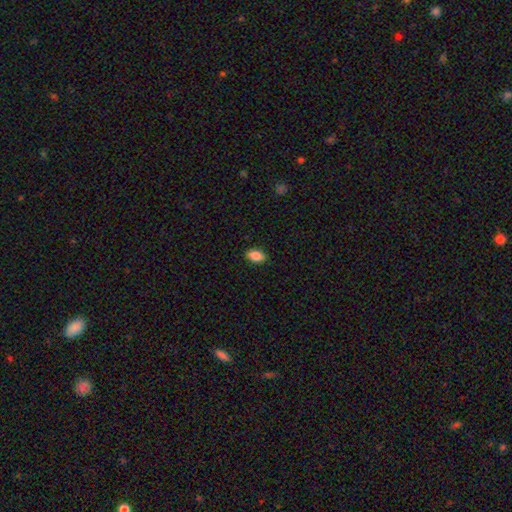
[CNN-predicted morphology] This is clearly a smooth galaxy (87%). How rounded: clearly in between (91%). Merging: clearly none (89%).